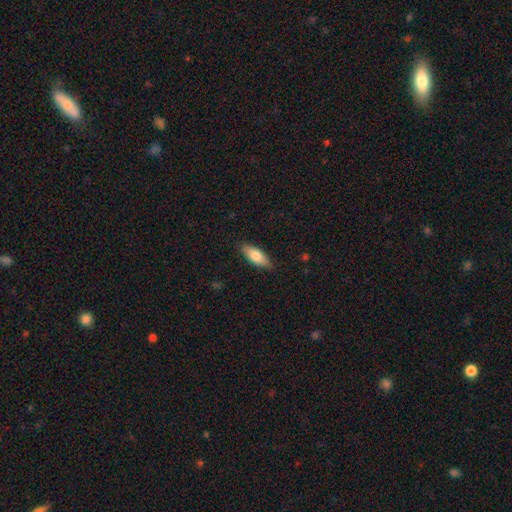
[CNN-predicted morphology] smooth 77%, featured or disk 17%, star or artifact 6%. Down the decision tree: how rounded — in between (70%); merging — none (86%).